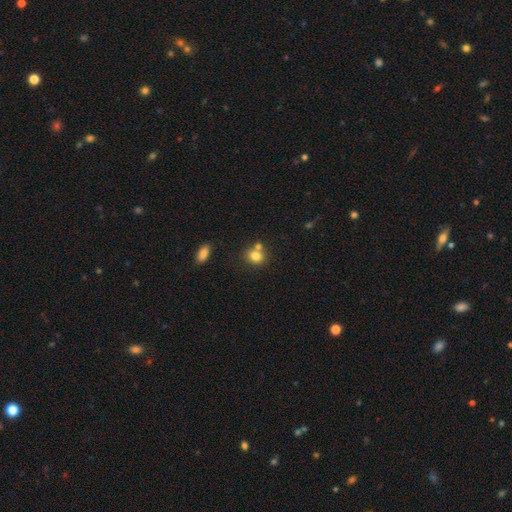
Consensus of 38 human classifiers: Smooth or featured? 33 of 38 (87%) said smooth. How rounded? 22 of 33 (67%) said round. Merging? 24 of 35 (69%) said none.